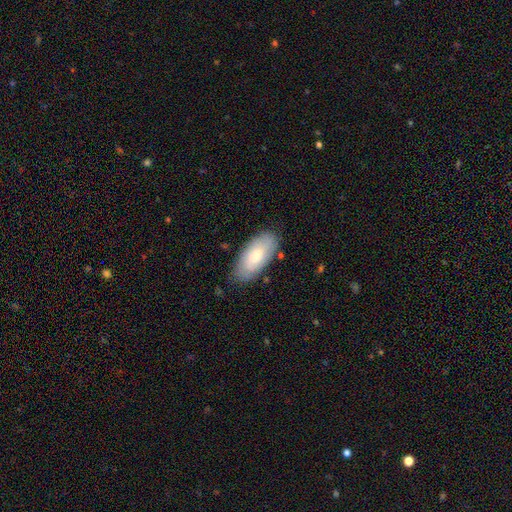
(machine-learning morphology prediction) This is likely a smooth galaxy (64%). How rounded: clearly in between (91%). Merging: likely none (79%).